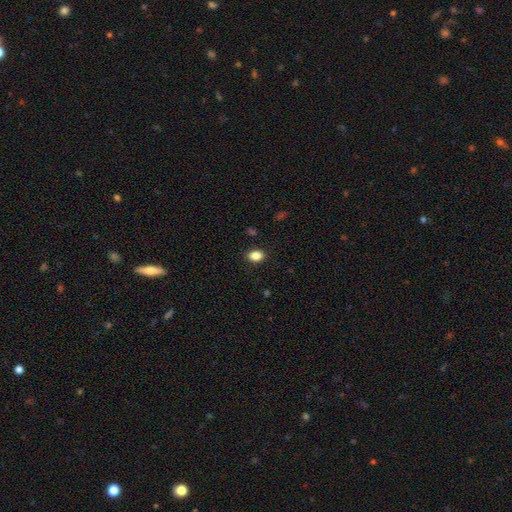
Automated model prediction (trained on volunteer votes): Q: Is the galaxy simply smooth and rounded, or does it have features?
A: smooth — 86%.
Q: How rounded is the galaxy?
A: in between — 75%.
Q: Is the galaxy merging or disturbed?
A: none — 88%.